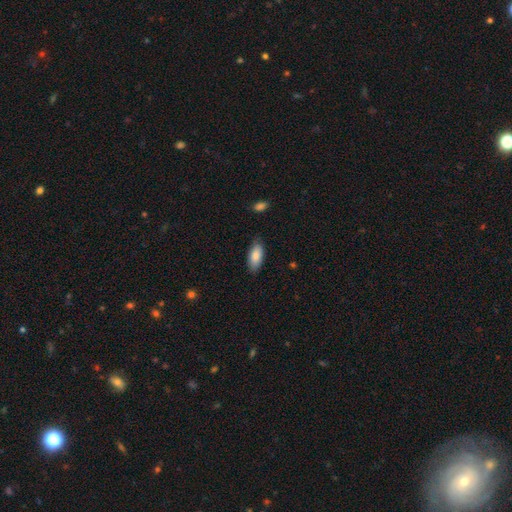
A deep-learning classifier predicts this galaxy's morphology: Smooth or featured?
  - smooth: 85% *
  - featured or disk: 9%
  - star or artifact: 6%
How rounded?
  - in between: 86% *
  - cigar-shaped: 12%
  - round: 2%
Merging?
  - none: 82% *
  - minor disturbance: 15%
  - major disturbance: 3%
  - merger: 1%